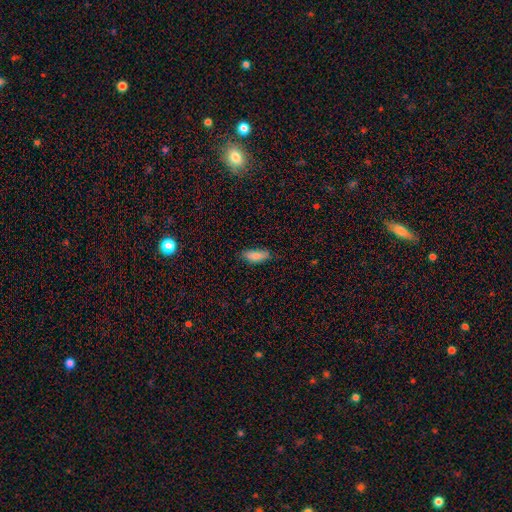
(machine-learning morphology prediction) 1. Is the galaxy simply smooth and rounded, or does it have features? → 84% smooth, 8% featured or disk, 7% star or artifact.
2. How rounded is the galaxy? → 73% in between, 25% cigar-shaped, 2% round.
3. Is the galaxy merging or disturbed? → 74% none, 21% minor disturbance, 4% major disturbance, 1% merger.